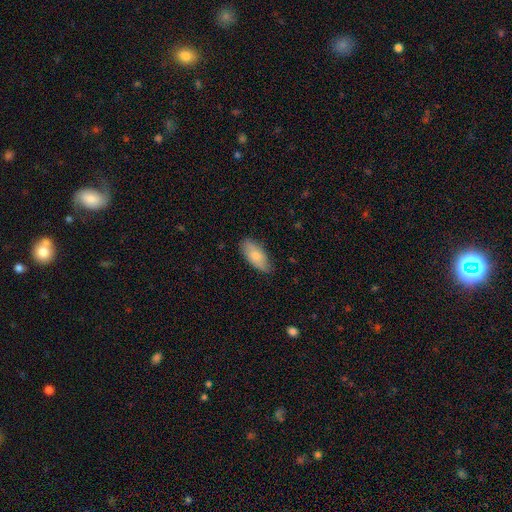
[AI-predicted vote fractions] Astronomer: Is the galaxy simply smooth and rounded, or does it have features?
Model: smooth — 79%.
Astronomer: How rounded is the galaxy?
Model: in between — 88%.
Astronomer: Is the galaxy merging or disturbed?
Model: none — 76%.